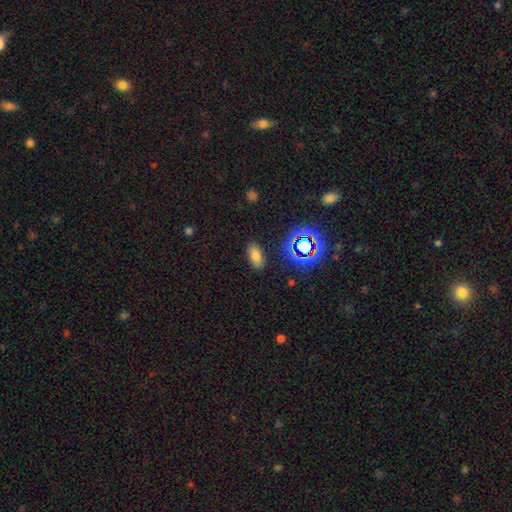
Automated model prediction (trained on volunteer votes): Overall: smooth (73%). How rounded: in between (89%). Merging: none (86%).